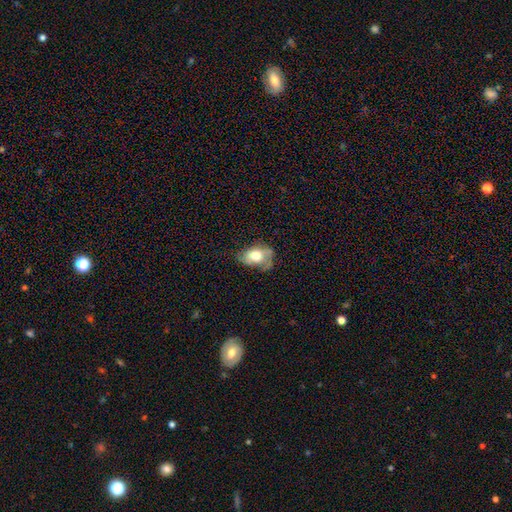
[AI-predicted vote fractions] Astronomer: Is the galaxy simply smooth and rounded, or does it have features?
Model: smooth — 63%.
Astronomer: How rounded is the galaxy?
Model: in between — 82%.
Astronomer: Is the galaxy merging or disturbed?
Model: none — 41% (runner-up: minor disturbance, 35%).